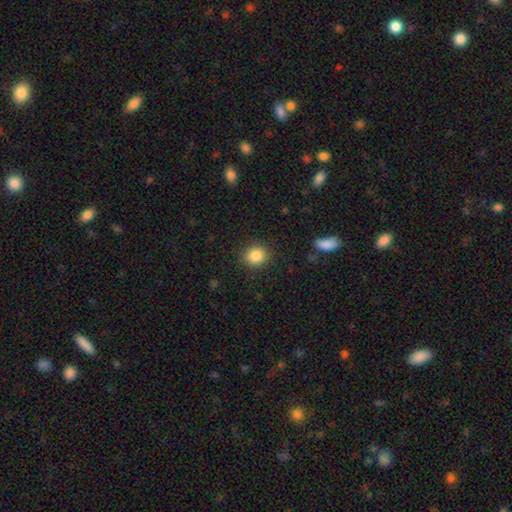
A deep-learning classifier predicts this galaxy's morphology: A smooth galaxy with no disk features (86%) that is round (76%).

Vote fractions:
- Smooth or featured? smooth: 86% / star or artifact: 10% / featured or disk: 4%
- How rounded? round: 76% / in between: 23% / cigar-shaped: 1%
- Merging? none: 88% / minor disturbance: 8% / major disturbance: 3% / merger: 1%